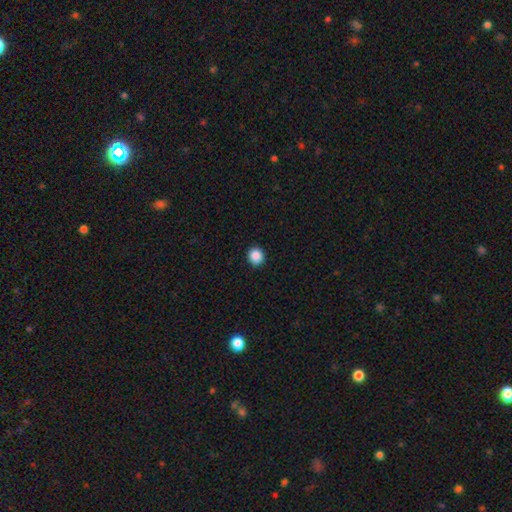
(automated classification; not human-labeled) smooth-or-featured: smooth: 88% | star or artifact: 10% | featured or disk: 2%
  how-rounded: round: 90% | in between: 9% | cigar-shaped: 1%
  merging: none: 92% | minor disturbance: 5% | major disturbance: 2% | merger: 1%